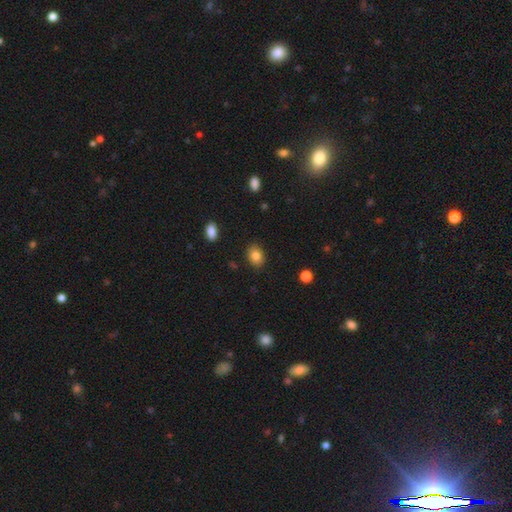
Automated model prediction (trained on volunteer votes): The model was most divided on "how rounded": in between: 68%, round: 31%, cigar-shaped: 1%. More confident: merging — none (86%); smooth or featured — smooth (84%).